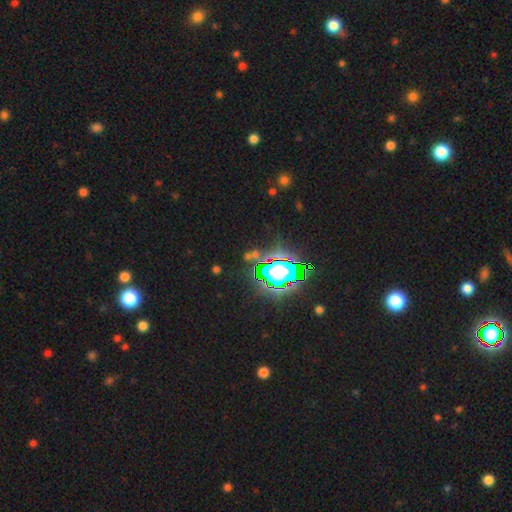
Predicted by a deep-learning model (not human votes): smooth-or-featured: star or artifact: 73% | smooth: 16% | featured or disk: 11%